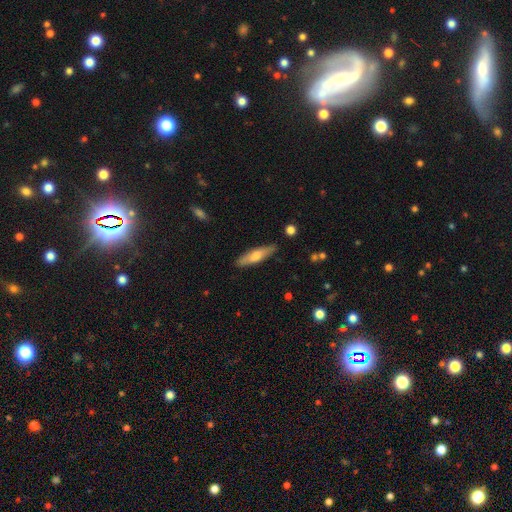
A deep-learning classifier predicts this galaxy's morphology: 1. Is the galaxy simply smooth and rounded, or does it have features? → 57% smooth, 37% featured or disk, 6% star or artifact.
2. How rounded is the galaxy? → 74% cigar-shaped, 25% in between, 2% round.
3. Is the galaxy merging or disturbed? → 87% none, 10% minor disturbance, 2% major disturbance, 1% merger.